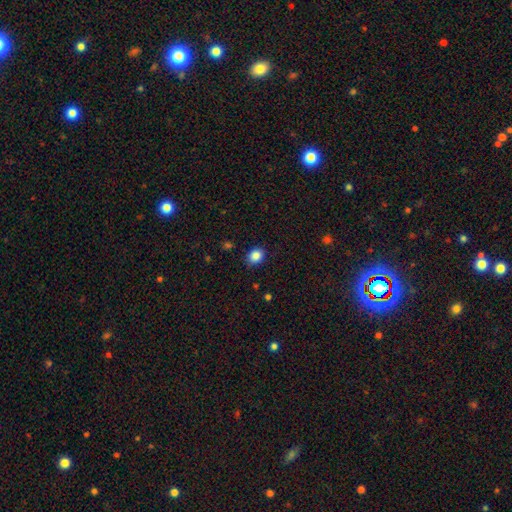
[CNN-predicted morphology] smooth-or-featured: smooth: 86% | star or artifact: 10% | featured or disk: 4%
  how-rounded: round: 54% | in between: 45% | cigar-shaped: 1%
  merging: none: 87% | minor disturbance: 10% | major disturbance: 2% | merger: 1%